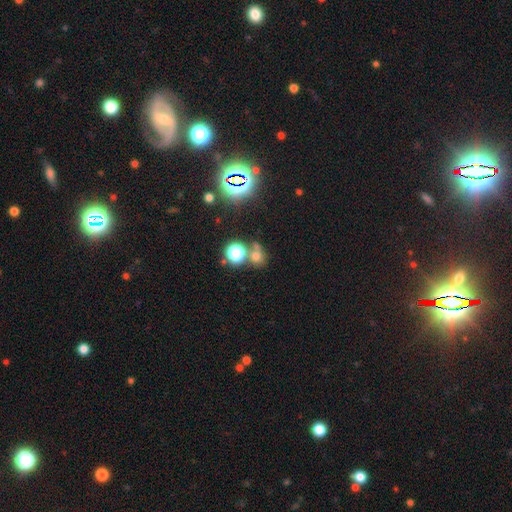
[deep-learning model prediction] smooth_or_featured: smooth (p=0.60) [alt: star or artifact p=0.29]
how_rounded: round (p=0.79) [alt: in between p=0.19]
merging: none (p=0.54) [alt: merger p=0.28]